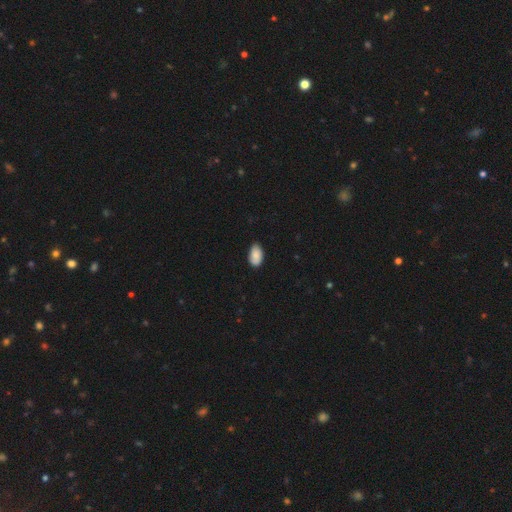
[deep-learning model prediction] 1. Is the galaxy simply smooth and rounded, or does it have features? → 86% smooth, 7% featured or disk, 7% star or artifact.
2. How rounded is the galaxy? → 94% in between, 4% round, 1% cigar-shaped.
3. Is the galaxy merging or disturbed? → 77% none, 19% minor disturbance, 3% major disturbance, 1% merger.